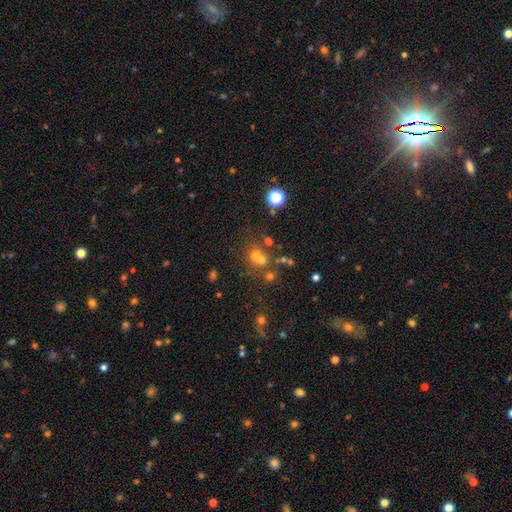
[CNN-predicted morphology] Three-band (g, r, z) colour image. It shows a smooth galaxy with no disk features (52%) that is round (82%). Merging: none (48%).